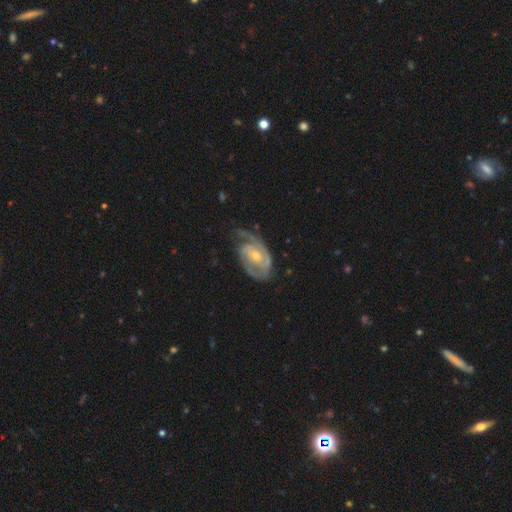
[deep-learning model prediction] Smooth or featured: featured or disk — 87% (smooth — 9%)
Edge-on disk: no — 97% (yes — 3%)
Bar: no — 58% (weak — 33%)
Spiral arms: yes — 95% (no — 5%)
Spiral winding: tight — 53% (medium — 37%)
Spiral arm count: 2 — 64% (can't tell — 14%)
Bulge size: small — 53% (moderate — 43%)
Merging: none — 58% (minor disturbance — 25%)